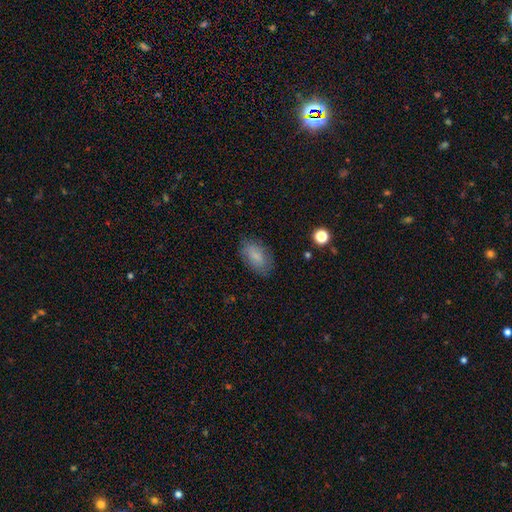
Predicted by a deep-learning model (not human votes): Smooth or featured?
  - smooth: 80% *
  - featured or disk: 12%
  - star or artifact: 8%
How rounded?
  - in between: 92% *
  - round: 5%
  - cigar-shaped: 3%
Merging?
  - none: 80% *
  - minor disturbance: 15%
  - major disturbance: 4%
  - merger: 1%